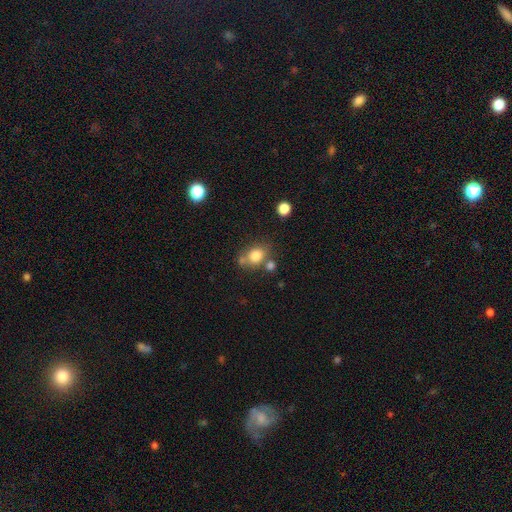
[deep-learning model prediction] smooth_or_featured: smooth (p=0.79) [alt: star or artifact p=0.11]
how_rounded: round (p=0.51) [alt: in between p=0.48]
merging: none (p=0.59) [alt: merger p=0.21]